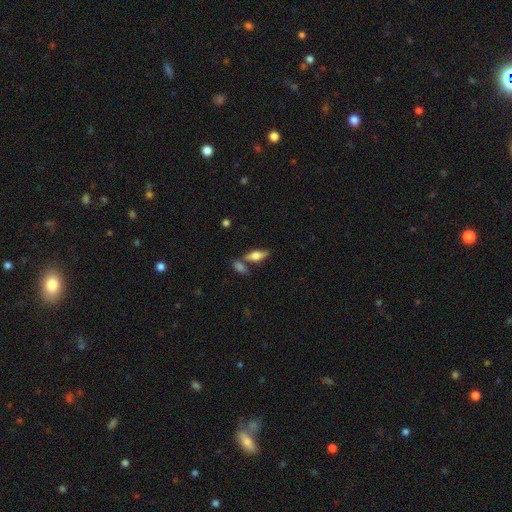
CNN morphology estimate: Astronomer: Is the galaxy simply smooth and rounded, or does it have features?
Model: smooth — 56% (runner-up: featured or disk, 37%).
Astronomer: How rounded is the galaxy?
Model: in between — 62%.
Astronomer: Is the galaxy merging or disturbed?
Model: none — 66%.